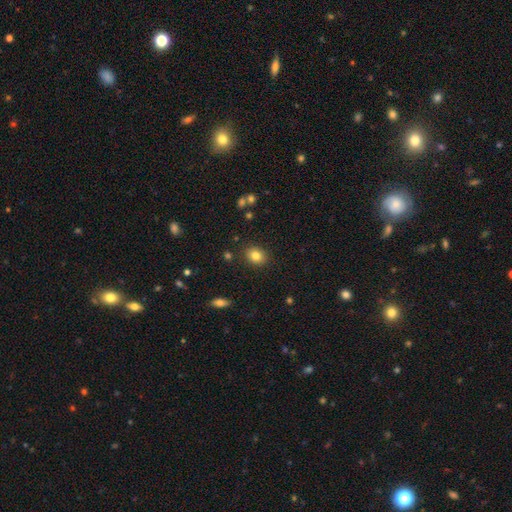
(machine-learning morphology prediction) Smooth or featured: smooth — 82% (star or artifact — 11%)
How rounded: round — 53% (in between — 46%)
Merging: none — 87% (minor disturbance — 8%)